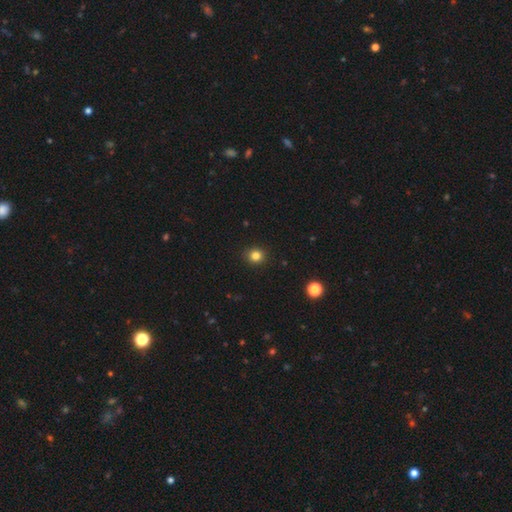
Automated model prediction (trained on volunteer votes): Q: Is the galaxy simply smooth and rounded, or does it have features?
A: smooth — 82%.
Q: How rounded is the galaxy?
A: round — 89%.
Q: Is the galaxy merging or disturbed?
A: none — 92%.